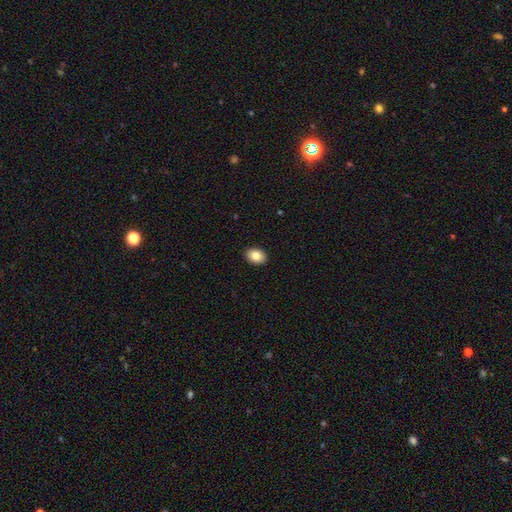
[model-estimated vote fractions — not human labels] smooth-or-featured: smooth: 83% | featured or disk: 9% | star or artifact: 8%
  how-rounded: in between: 79% | round: 20% | cigar-shaped: 1%
  merging: none: 91% | minor disturbance: 6% | major disturbance: 2% | merger: 1%